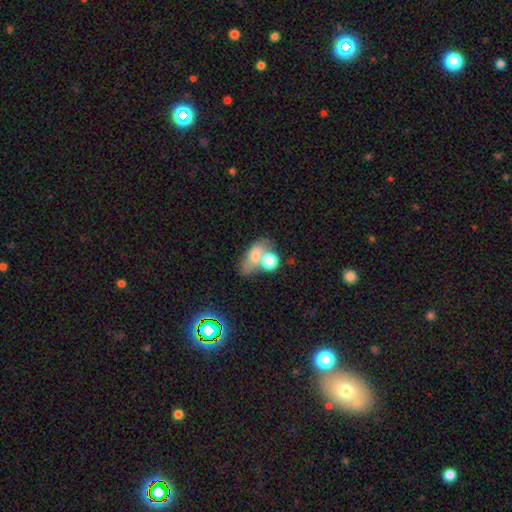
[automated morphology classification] smooth 67%, featured or disk 22%, star or artifact 12%. Down the decision tree: how rounded — in between (73%); merging — merger (46%).